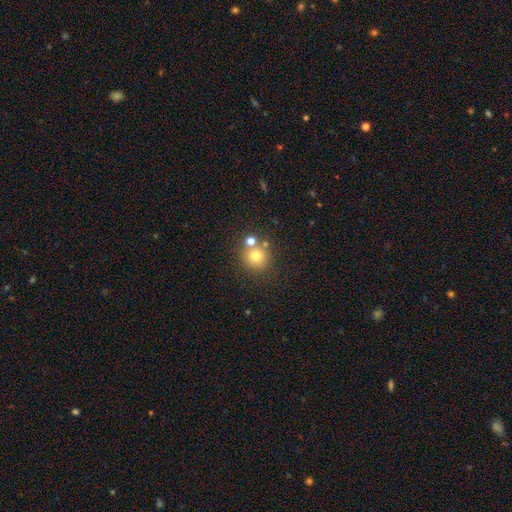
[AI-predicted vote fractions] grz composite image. It shows a smooth galaxy with no disk features (73%) that is round (92%). Merging: none (67%).